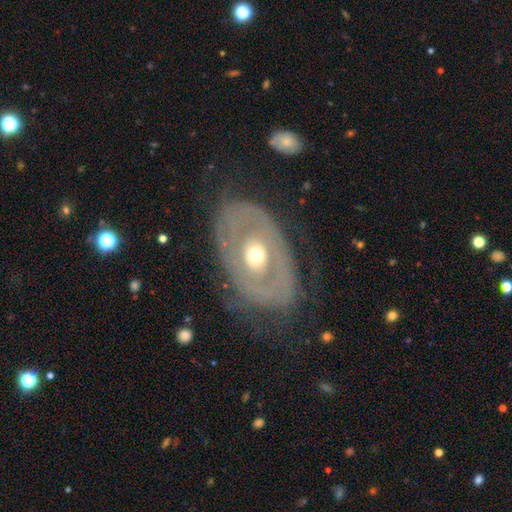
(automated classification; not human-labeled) featured or disk 73%, smooth 21%, star or artifact 6%. Down the decision tree: edge-on disk — no (94%); bar — no (82%); spiral arms — no (56%); bulge size — moderate (64%); merging — none (67%).